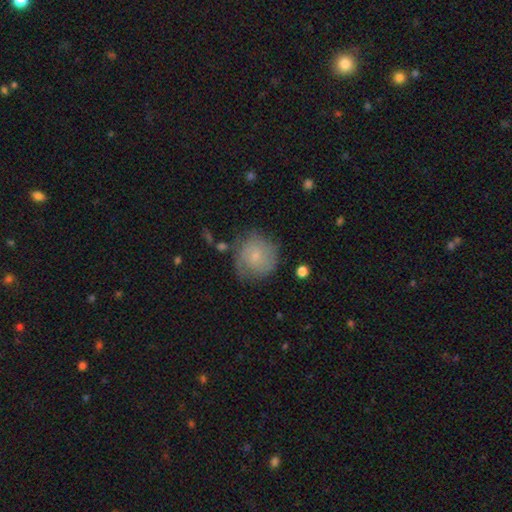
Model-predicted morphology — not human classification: A smooth galaxy with no disk features (61%) that is round (89%). Merging: none (64%).